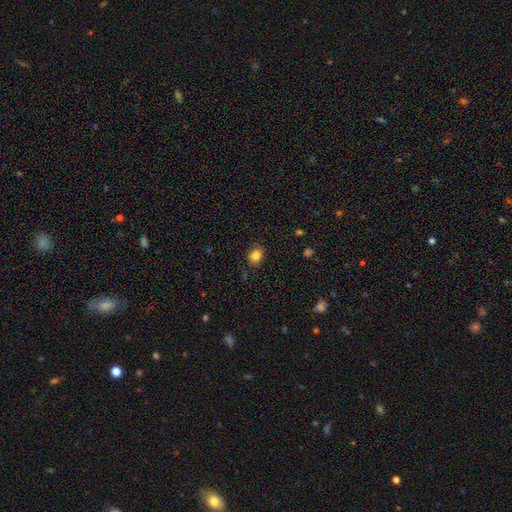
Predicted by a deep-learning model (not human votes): Smooth or featured? smooth (83%)
How rounded? round (64%)
Merging? none (86%)